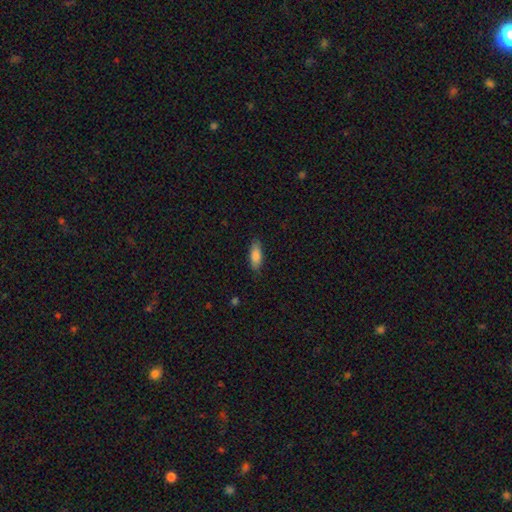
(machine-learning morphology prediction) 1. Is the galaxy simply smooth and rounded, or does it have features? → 85% smooth, 9% featured or disk, 6% star or artifact.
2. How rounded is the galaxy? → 70% in between, 28% cigar-shaped, 2% round.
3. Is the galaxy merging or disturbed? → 84% none, 13% minor disturbance, 2% major disturbance, 1% merger.